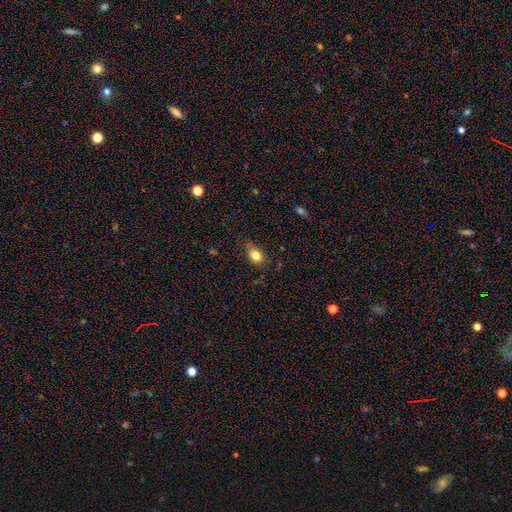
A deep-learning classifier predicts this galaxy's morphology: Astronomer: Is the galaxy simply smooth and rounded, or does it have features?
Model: smooth — 81%.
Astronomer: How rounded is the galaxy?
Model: in between — 76%.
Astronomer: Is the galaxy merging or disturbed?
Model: none — 72%.